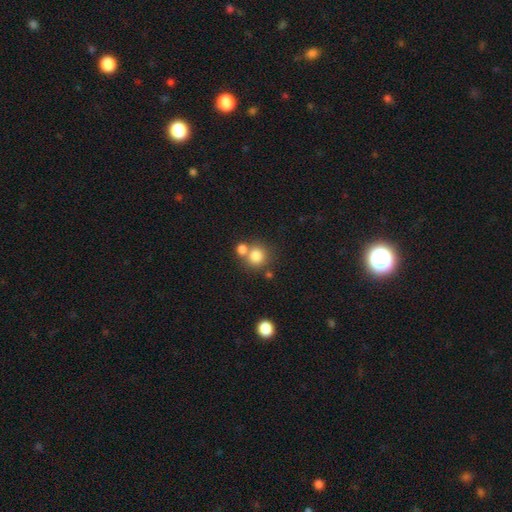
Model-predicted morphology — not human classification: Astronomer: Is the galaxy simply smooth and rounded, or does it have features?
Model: smooth — 80%.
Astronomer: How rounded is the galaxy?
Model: round — 89%.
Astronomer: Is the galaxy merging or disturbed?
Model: none — 56% (runner-up: merger, 33%).